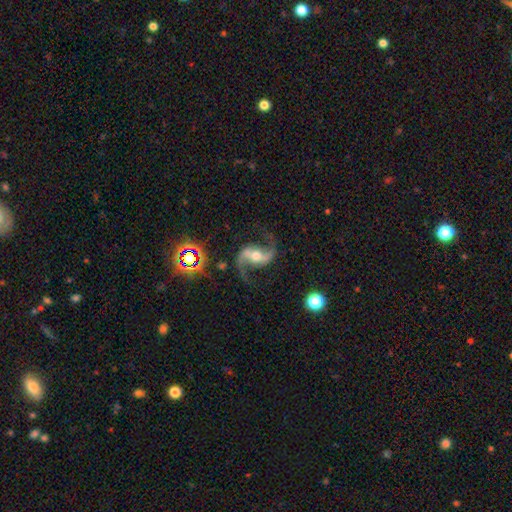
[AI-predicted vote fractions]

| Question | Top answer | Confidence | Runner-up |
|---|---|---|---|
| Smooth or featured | featured or disk | 90% | star or artifact (6%) |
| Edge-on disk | no | 97% | yes (3%) |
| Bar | strong | 40% | weak (36%) |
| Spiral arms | yes | 97% | no (3%) |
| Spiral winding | loose | 64% | medium (31%) |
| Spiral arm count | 2 | 94% | 1 (1%) |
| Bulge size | moderate | 64% | small (24%) |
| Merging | none | 80% | minor disturbance (11%) |